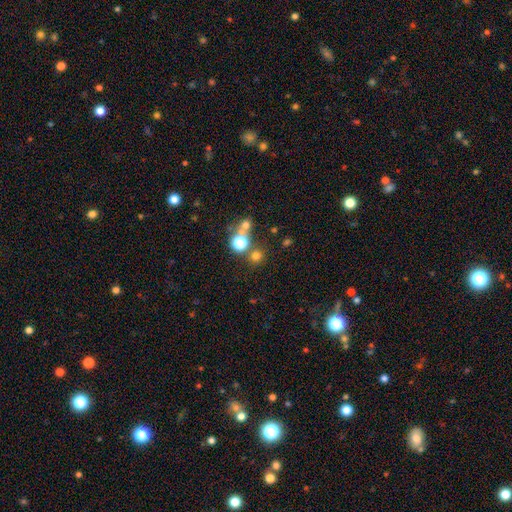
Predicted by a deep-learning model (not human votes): This appears to be a smooth galaxy with no disk features (67%) that is round (91%). Merging: none (71%).